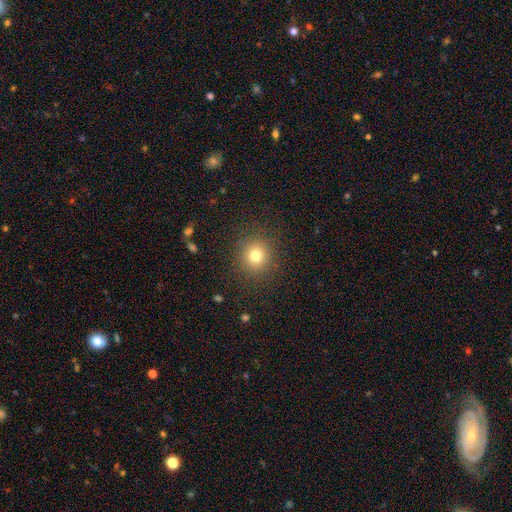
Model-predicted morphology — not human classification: Smooth or featured? smooth (77%)
How rounded? round (89%)
Merging? none (89%)